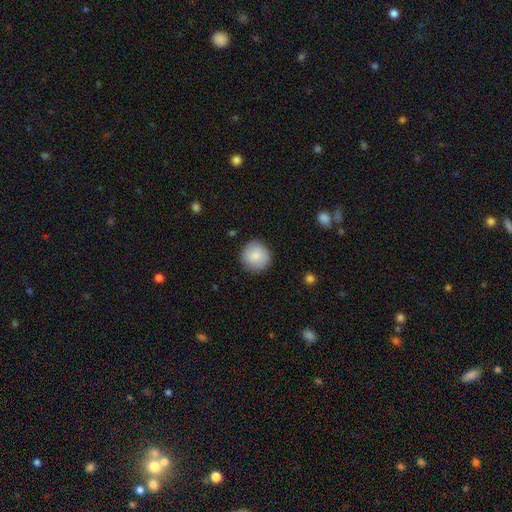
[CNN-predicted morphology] smooth_or_featured: smooth (p=0.86) [alt: featured or disk p=0.07]
how_rounded: round (p=0.94) [alt: in between p=0.05]
merging: none (p=0.88) [alt: minor disturbance p=0.09]